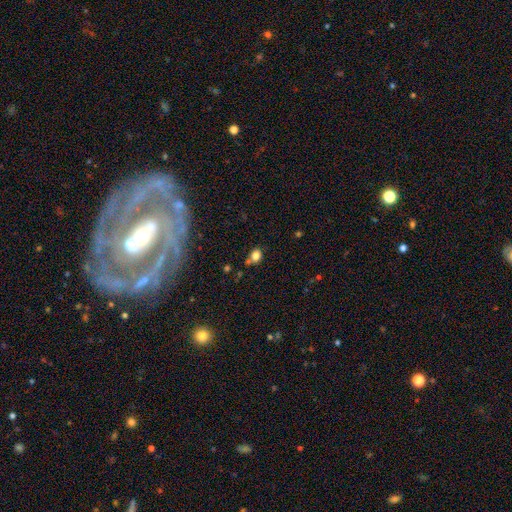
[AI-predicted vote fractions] The model was most divided on "how rounded": in between: 52%, round: 46%, cigar-shaped: 2%. More confident: smooth or featured — smooth (79%); merging — none (61%).